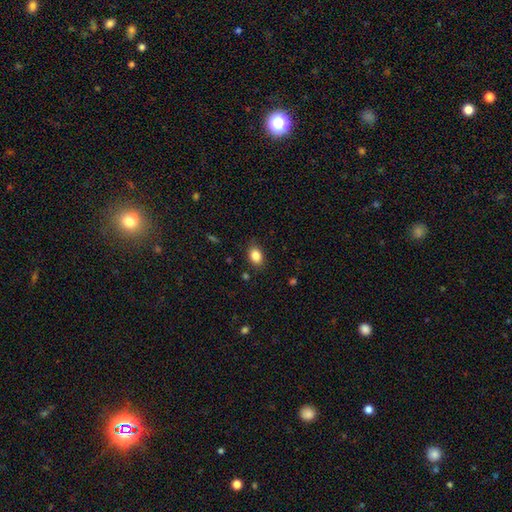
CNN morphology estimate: Overall: smooth (85%). How rounded: in between (75%). Merging: none (84%).